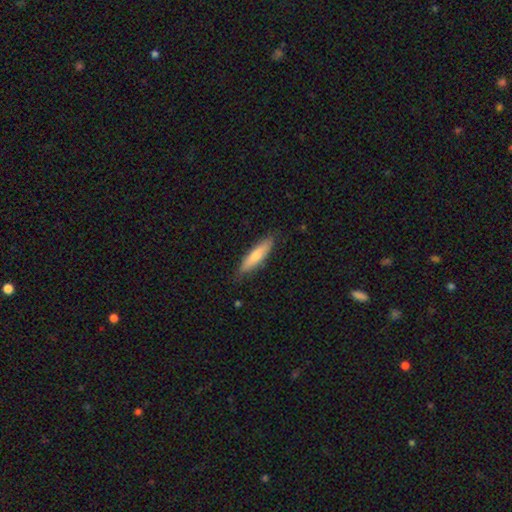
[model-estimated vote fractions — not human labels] Smooth or featured? Predicted: smooth (p=0.69). How rounded? Predicted: cigar-shaped (p=0.77). Merging? Predicted: none (p=0.85).